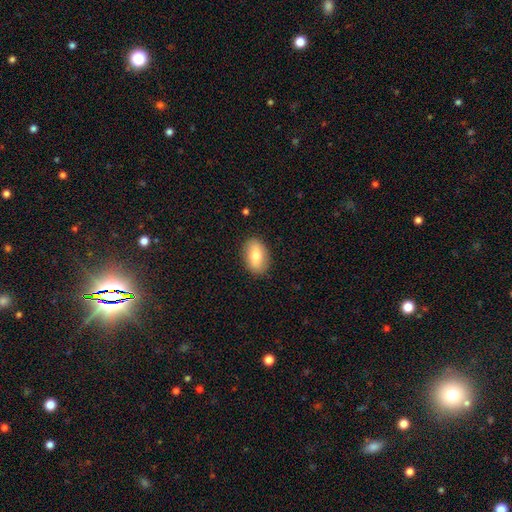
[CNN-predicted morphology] Smooth or featured? Predicted: smooth (p=0.75). How rounded? Predicted: in between (p=0.87). Merging? Predicted: none (p=0.87).